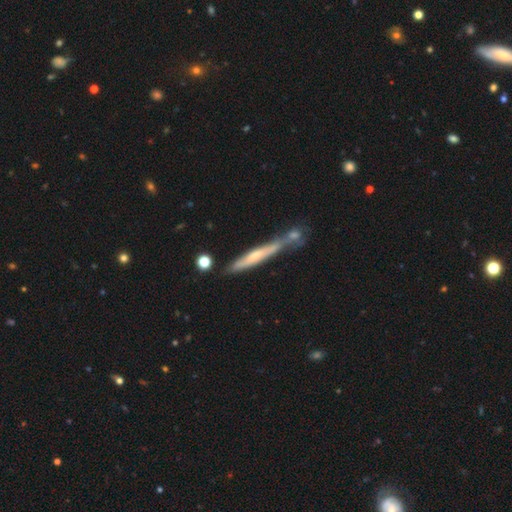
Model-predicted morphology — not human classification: smooth-or-featured: featured or disk: 54% | smooth: 39% | star or artifact: 6%
  disk-edge-on: yes: 89% | no: 11%
  merging: none: 55% | merger: 22% | minor disturbance: 17% | major disturbance: 5%